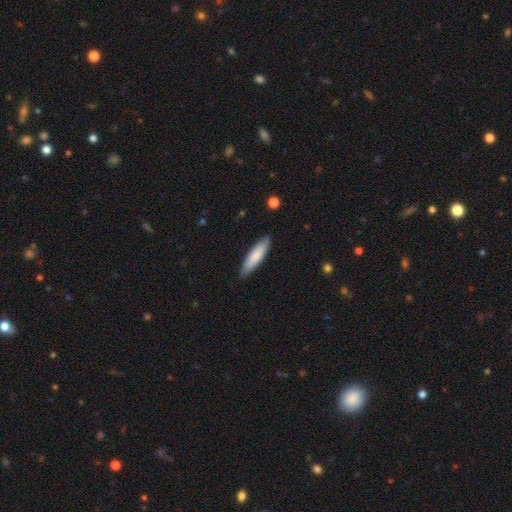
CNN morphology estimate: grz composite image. It shows a smooth galaxy with no disk features (79%) that is cigar-shaped (74%). Merging: none (87%).